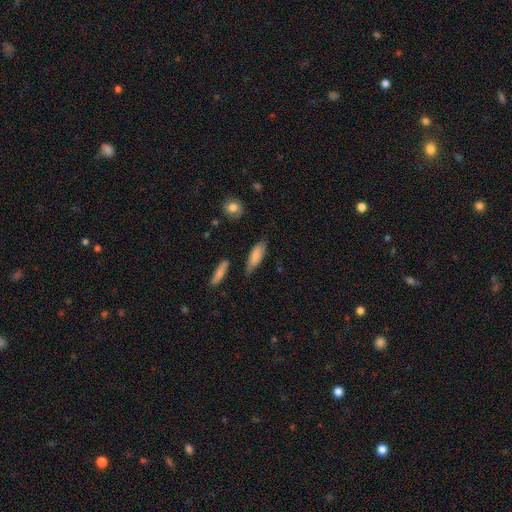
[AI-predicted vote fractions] A smooth galaxy with no disk features (80%) that is in between round and cigar-shaped (60%).

Vote fractions:
- Smooth or featured? smooth: 80% / featured or disk: 14% / star or artifact: 6%
- How rounded? in between: 60% / cigar-shaped: 38% / round: 2%
- Merging? none: 70% / minor disturbance: 22% / major disturbance: 4% / merger: 4%